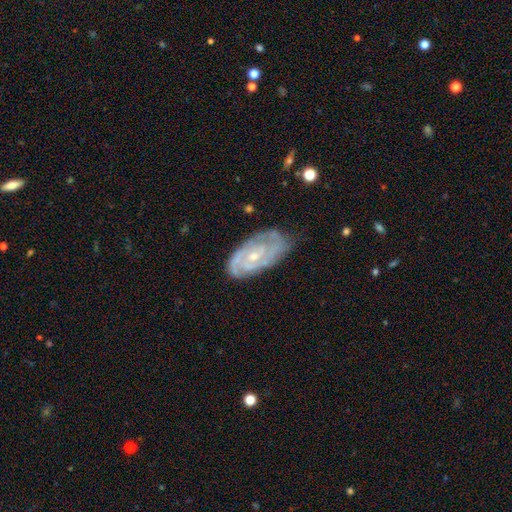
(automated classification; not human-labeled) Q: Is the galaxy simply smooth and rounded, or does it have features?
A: featured or disk — 79%.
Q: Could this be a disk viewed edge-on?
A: no — 93%.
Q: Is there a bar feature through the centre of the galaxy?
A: no — 59%.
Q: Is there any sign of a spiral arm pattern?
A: yes — 93%.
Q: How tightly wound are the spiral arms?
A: tight — 63%.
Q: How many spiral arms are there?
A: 2 — 45%.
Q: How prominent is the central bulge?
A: small — 69%.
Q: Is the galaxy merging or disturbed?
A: none — 79%.